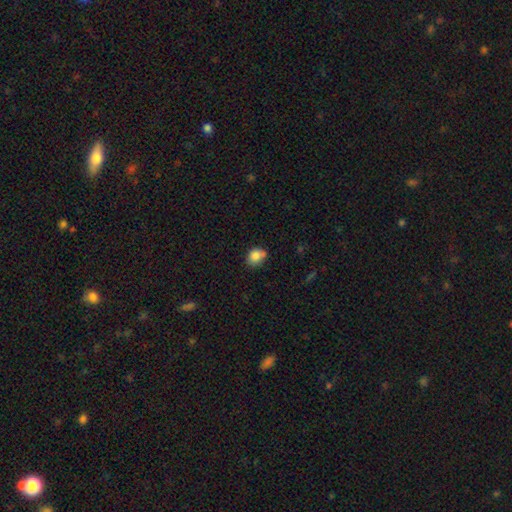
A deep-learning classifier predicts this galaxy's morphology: The model was most divided on "how rounded": round: 55%, in between: 44%, cigar-shaped: 1%. More confident: smooth or featured — smooth (83%); merging — none (61%).